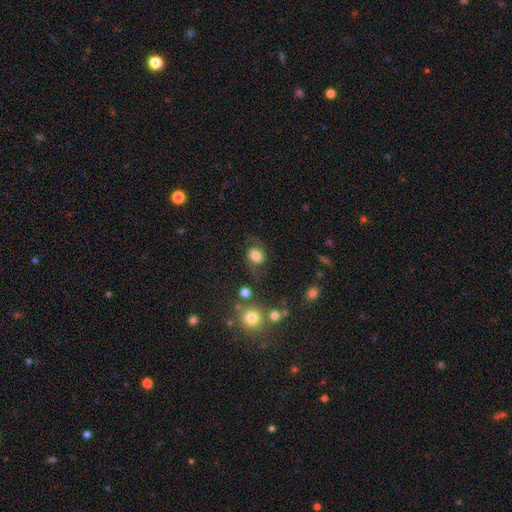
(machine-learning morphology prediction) This is likely a smooth galaxy (65%). How rounded: possibly round (52%). Merging: likely none (63%).